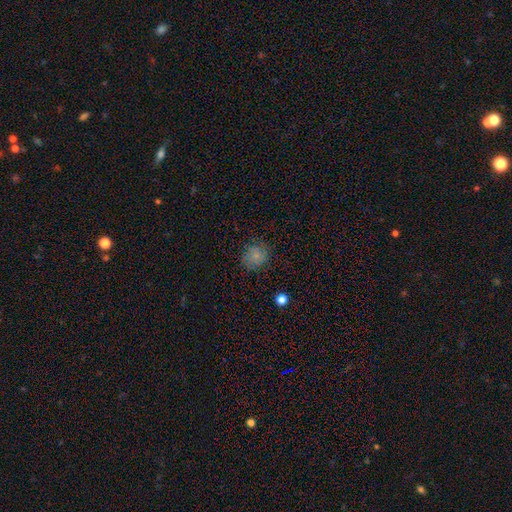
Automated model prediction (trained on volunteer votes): A smooth galaxy with no disk features (75%) that is round (78%).

Vote fractions:
- Smooth or featured? smooth: 75% / star or artifact: 16% / featured or disk: 9%
- How rounded? round: 78% / in between: 21% / cigar-shaped: 1%
- Merging? none: 81% / minor disturbance: 13% / major disturbance: 4% / merger: 1%